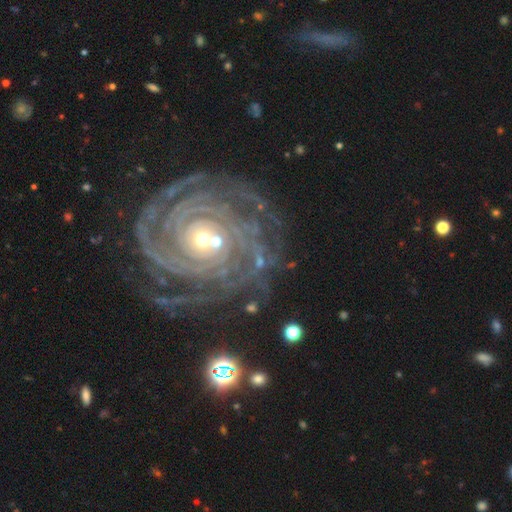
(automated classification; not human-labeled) This is clearly a featured or disk galaxy (90%). It is clearly not viewed edge-on (97%). Bar: likely no (66%). Spiral arm pattern: clearly yes (98%). Spiral arm count: marginally 4 (24%). Spiral winding: clearly tight (83%). Central bulge: likely small (62%). Merging: likely none (74%).